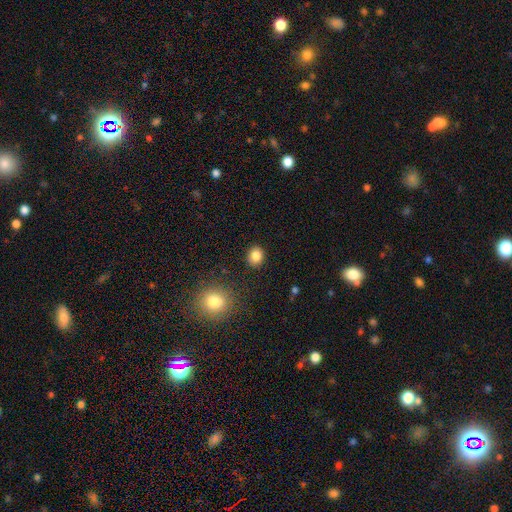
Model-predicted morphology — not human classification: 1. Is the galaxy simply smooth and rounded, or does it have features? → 85% smooth, 10% star or artifact, 5% featured or disk.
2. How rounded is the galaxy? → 67% round, 32% in between, 1% cigar-shaped.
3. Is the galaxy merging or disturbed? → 89% none, 7% minor disturbance, 2% major disturbance, 2% merger.